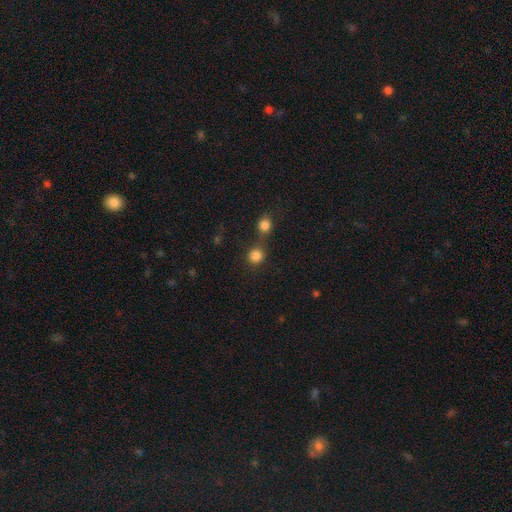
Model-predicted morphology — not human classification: Smooth or featured?
  - smooth: 82% *
  - star or artifact: 13%
  - featured or disk: 5%
How rounded?
  - round: 88% *
  - in between: 11%
  - cigar-shaped: 1%
Merging?
  - none: 56% *
  - merger: 32%
  - minor disturbance: 8%
  - major disturbance: 4%